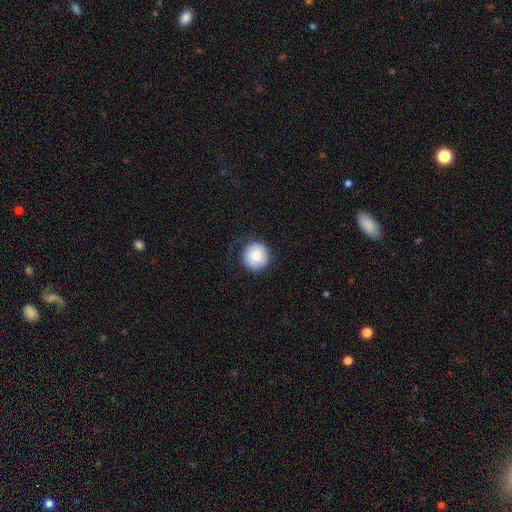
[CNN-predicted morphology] Smooth or featured: smooth — 82% (featured or disk — 11%)
How rounded: round — 94% (in between — 5%)
Merging: none — 72% (minor disturbance — 19%)